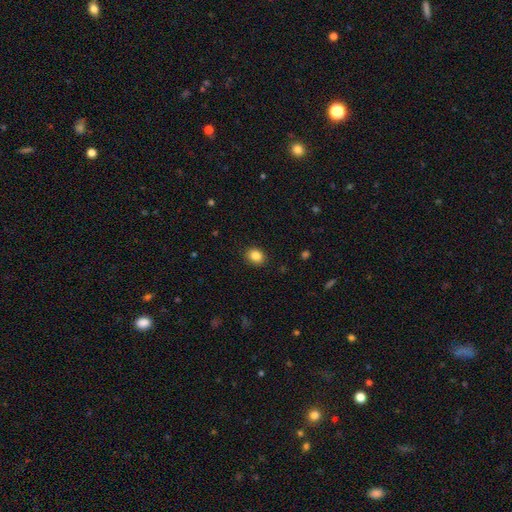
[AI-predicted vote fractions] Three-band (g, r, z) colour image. It shows a smooth galaxy with no disk features (85%) that is round (55%). Merging: none (89%).